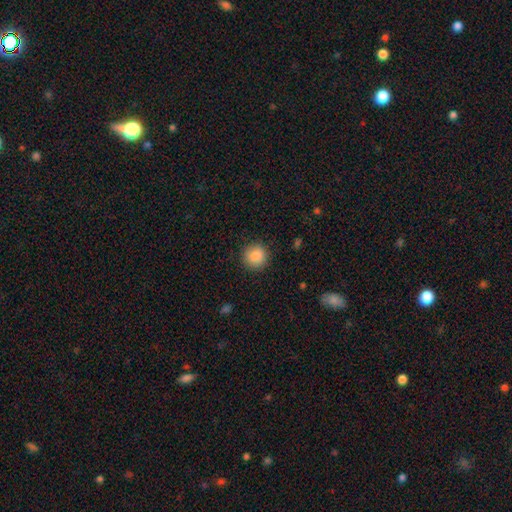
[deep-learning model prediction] Smooth or featured?
  - smooth: 87% *
  - star or artifact: 9%
  - featured or disk: 4%
How rounded?
  - round: 92% *
  - in between: 7%
  - cigar-shaped: 1%
Merging?
  - none: 90% *
  - minor disturbance: 7%
  - major disturbance: 2%
  - merger: 1%